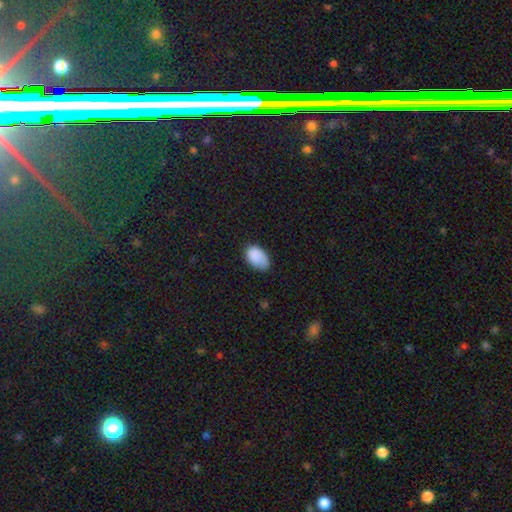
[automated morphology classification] The model was most divided on "merging": none: 59%, minor disturbance: 31%, major disturbance: 8%, merger: 2%. More confident: how rounded — in between (90%); smooth or featured — smooth (86%).